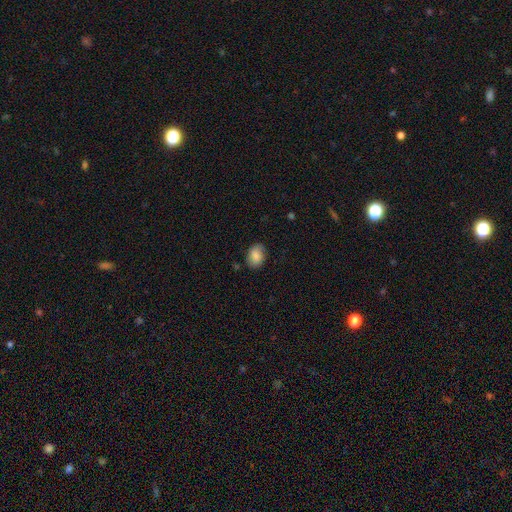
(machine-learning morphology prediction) Overall: smooth (85%). How rounded: in between (75%). Merging: none (81%).